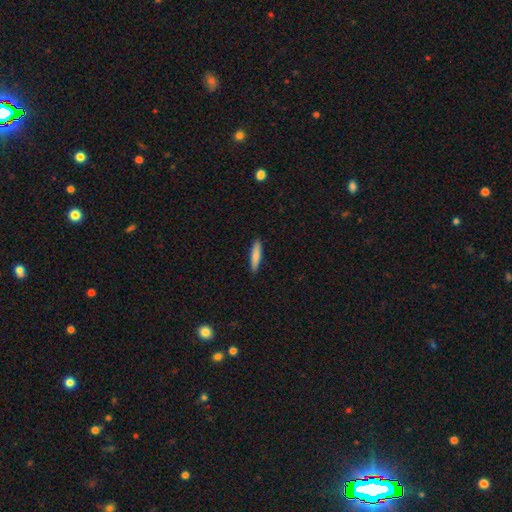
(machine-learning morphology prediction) Smooth or featured? smooth (82%)
How rounded? cigar-shaped (86%)
Merging? none (90%)